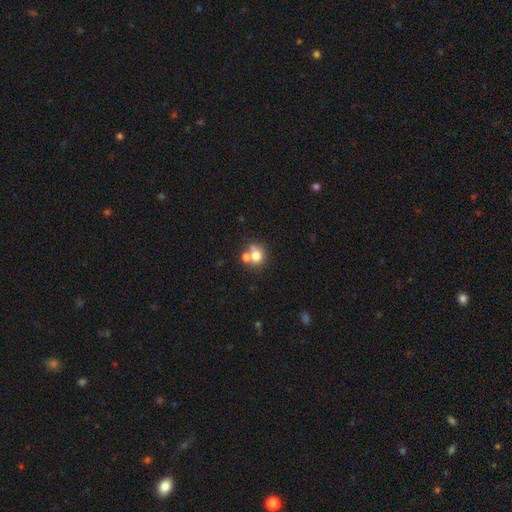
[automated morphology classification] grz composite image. It shows a smooth galaxy with no disk features (71%) that is round (79%). Merging: none (46%).